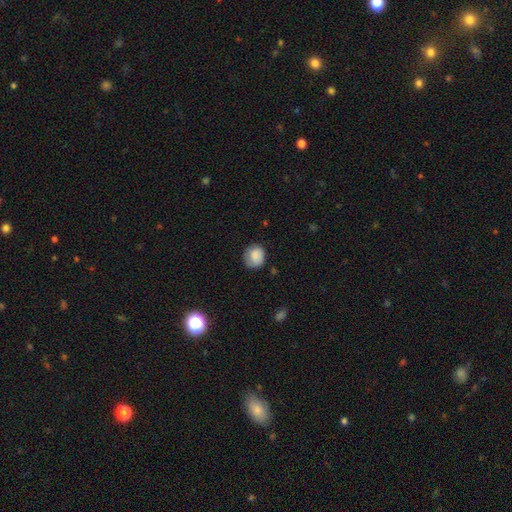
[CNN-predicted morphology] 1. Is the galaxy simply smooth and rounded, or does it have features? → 82% smooth, 10% featured or disk, 8% star or artifact.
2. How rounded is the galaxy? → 77% round, 22% in between, 1% cigar-shaped.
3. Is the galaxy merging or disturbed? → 70% none, 23% minor disturbance, 6% major disturbance, 1% merger.